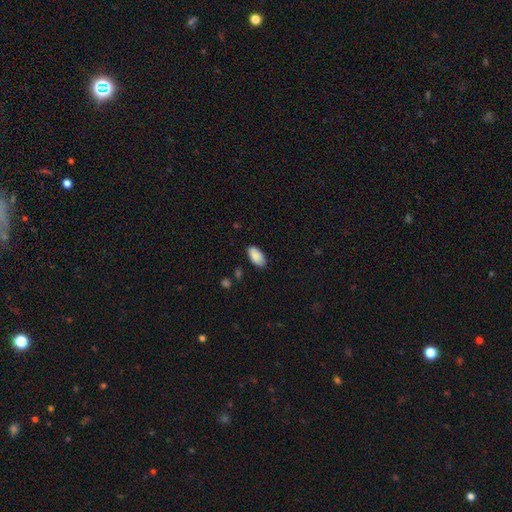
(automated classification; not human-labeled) This appears to be a smooth galaxy with no disk features (88%) that is in between round and cigar-shaped (95%). Merging: none (82%).